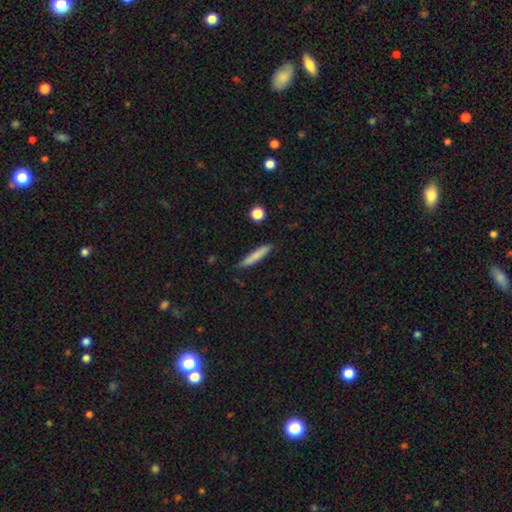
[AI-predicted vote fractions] Smooth or featured? Predicted: smooth (p=0.78). How rounded? Predicted: cigar-shaped (p=0.93). Merging? Predicted: none (p=0.85).